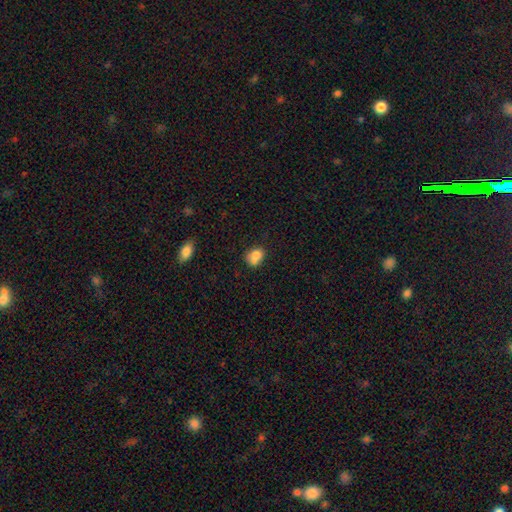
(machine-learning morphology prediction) smooth-or-featured: smooth: 77% | featured or disk: 13% | star or artifact: 10%
  how-rounded: in between: 52% | round: 47% | cigar-shaped: 1%
  merging: none: 40% | merger: 33% | minor disturbance: 20% | major disturbance: 7%